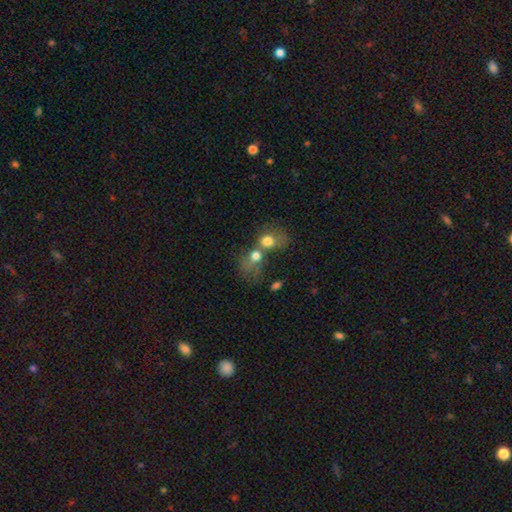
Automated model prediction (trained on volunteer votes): This appears to be a smooth galaxy with no disk features (70%) that is round (60%). Merging: merger (69%).